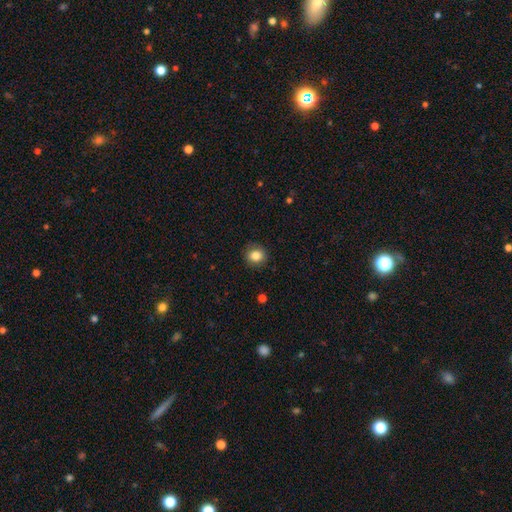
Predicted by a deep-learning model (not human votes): Smooth or featured? Predicted: smooth (p=0.84). How rounded? Predicted: round (p=0.79). Merging? Predicted: none (p=0.88).